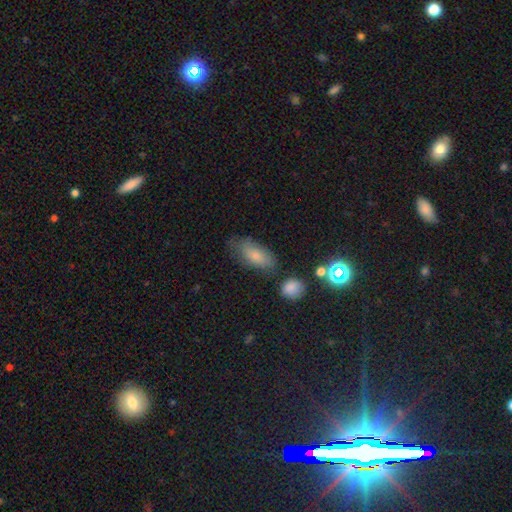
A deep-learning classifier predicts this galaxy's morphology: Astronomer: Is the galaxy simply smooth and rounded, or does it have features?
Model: smooth — 75%.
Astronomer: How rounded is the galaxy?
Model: in between — 84%.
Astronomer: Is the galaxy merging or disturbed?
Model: none — 63%.